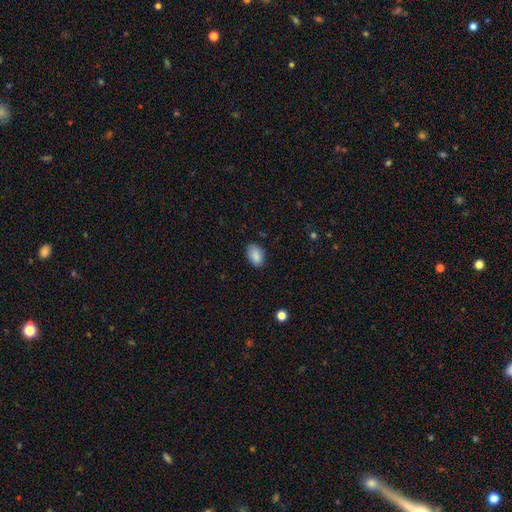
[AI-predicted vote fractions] Overall: smooth (88%). How rounded: in between (89%). Merging: none (81%).